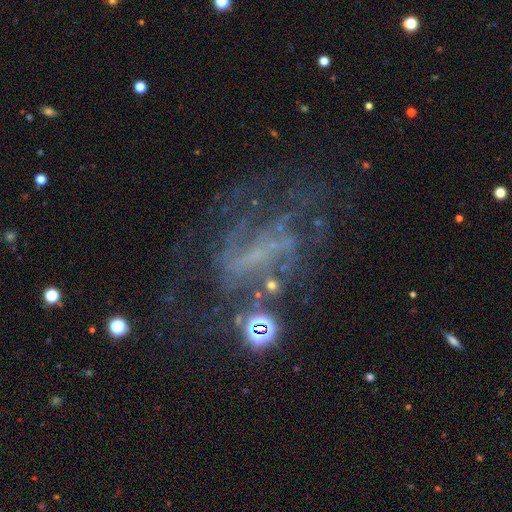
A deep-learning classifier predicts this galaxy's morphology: A featured or disk galaxy (68%) with no bar (49%), spiral arms (61%) and no central bulge (59%). Merging: none (43%).